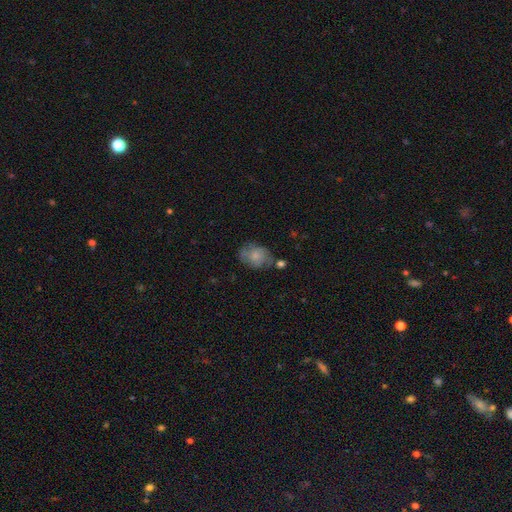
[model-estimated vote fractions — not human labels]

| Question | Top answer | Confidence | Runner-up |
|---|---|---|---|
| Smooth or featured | smooth | 72% | featured or disk (20%) |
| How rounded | in between | 61% | round (38%) |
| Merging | none | 53% | minor disturbance (26%) |